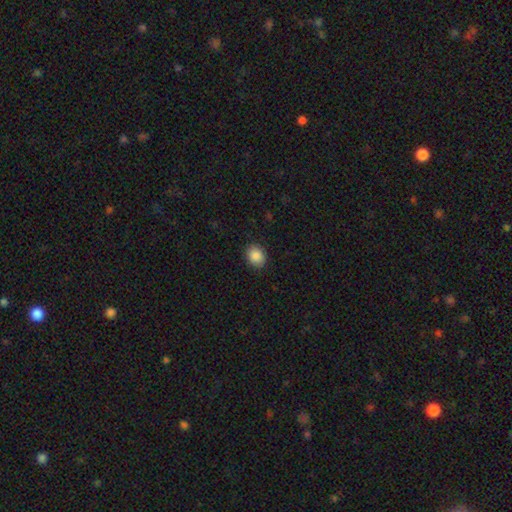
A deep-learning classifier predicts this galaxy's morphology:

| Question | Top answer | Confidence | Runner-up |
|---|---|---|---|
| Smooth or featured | smooth | 88% | star or artifact (8%) |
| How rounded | round | 53% | in between (47%) |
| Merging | none | 89% | minor disturbance (8%) |